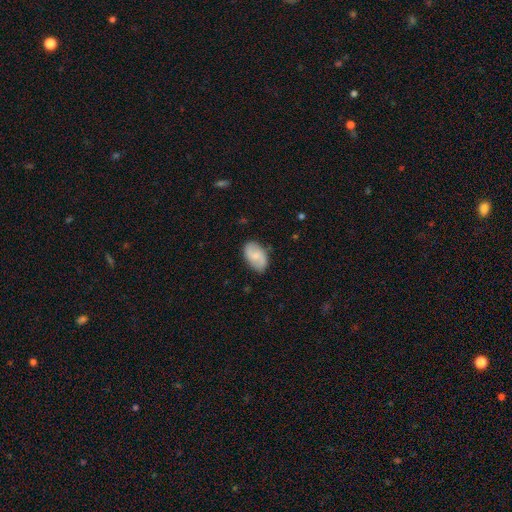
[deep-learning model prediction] smooth-or-featured: smooth: 50% | featured or disk: 44% | star or artifact: 7%
  merging: none: 80% | minor disturbance: 16% | major disturbance: 3% | merger: 1%